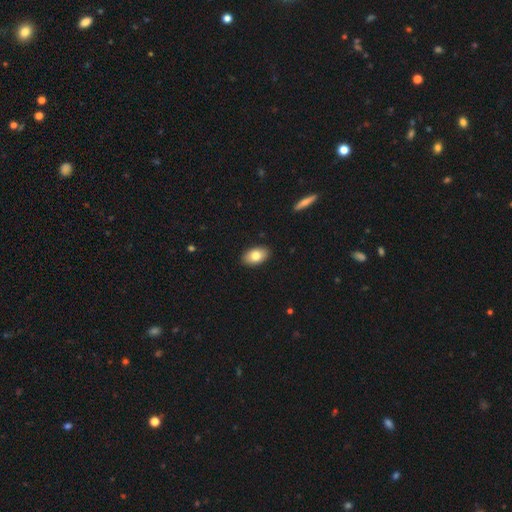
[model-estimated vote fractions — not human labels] A smooth galaxy with no disk features (79%) that is in between round and cigar-shaped (92%).

Vote fractions:
- Smooth or featured? smooth: 79% / featured or disk: 14% / star or artifact: 7%
- How rounded? in between: 92% / round: 6% / cigar-shaped: 2%
- Merging? none: 90% / minor disturbance: 7% / major disturbance: 2% / merger: 1%